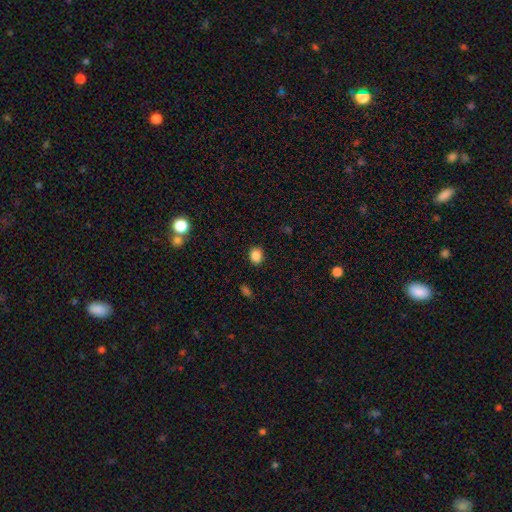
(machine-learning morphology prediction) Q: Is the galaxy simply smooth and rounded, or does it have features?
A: smooth — 85%.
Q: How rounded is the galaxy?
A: round — 63%.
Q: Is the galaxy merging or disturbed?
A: none — 88%.